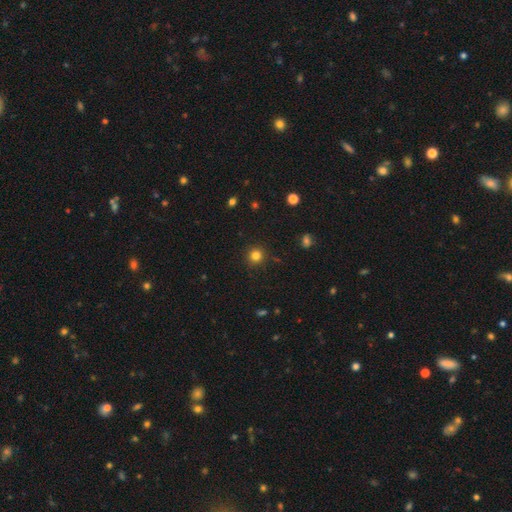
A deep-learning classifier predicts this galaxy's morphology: Smooth or featured? smooth (81%)
How rounded? round (94%)
Merging? none (90%)